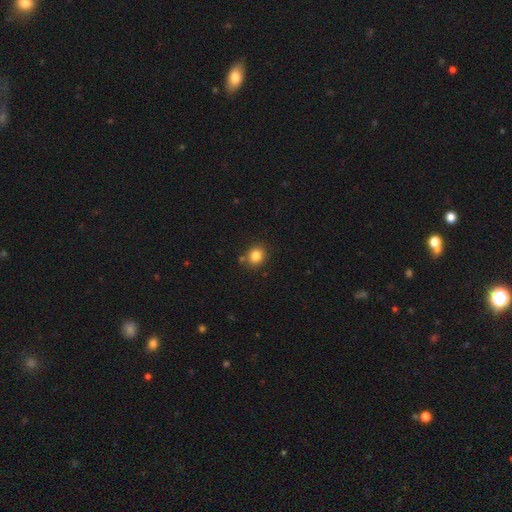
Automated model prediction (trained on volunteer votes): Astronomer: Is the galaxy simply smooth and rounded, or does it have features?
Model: smooth — 83%.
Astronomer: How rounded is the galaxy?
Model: round — 82%.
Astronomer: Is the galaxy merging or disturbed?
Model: none — 81%.